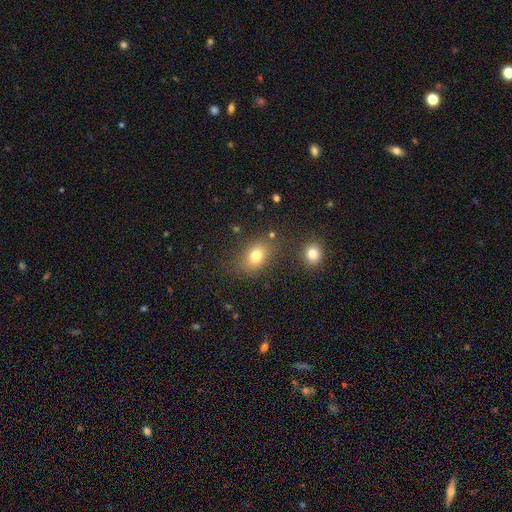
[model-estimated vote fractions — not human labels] Morphology: type=smooth (77%); roundness=in between (69%); merging=none (75%).